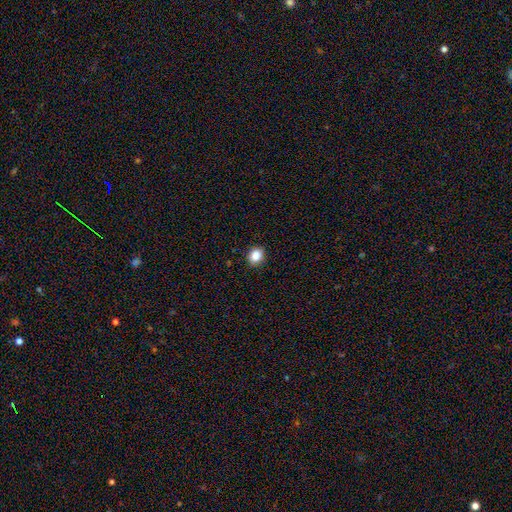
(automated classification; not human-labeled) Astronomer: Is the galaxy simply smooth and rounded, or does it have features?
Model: smooth — 87%.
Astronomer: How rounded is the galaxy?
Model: round — 56% (runner-up: in between, 43%).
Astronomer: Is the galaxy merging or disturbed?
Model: none — 88%.